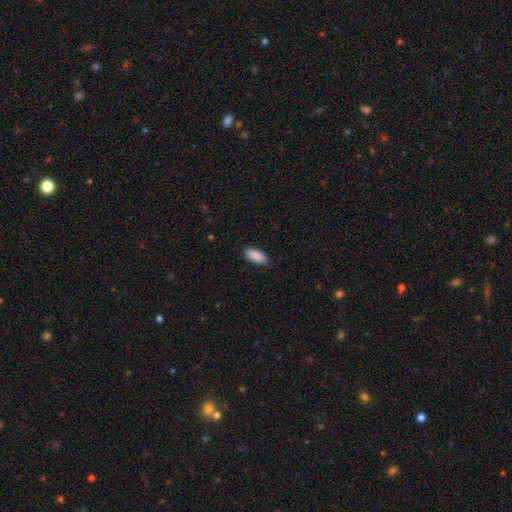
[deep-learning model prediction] Overall: smooth (90%). How rounded: in between (87%). Merging: none (86%).